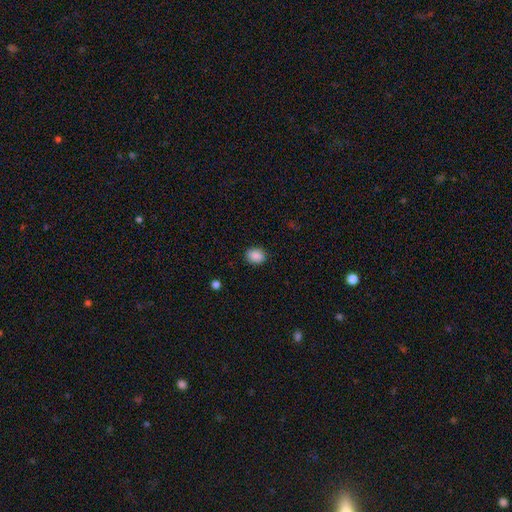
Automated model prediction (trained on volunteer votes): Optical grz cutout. It shows a smooth galaxy with no disk features (89%) that is in between round and cigar-shaped (53%). Merging: none (87%).